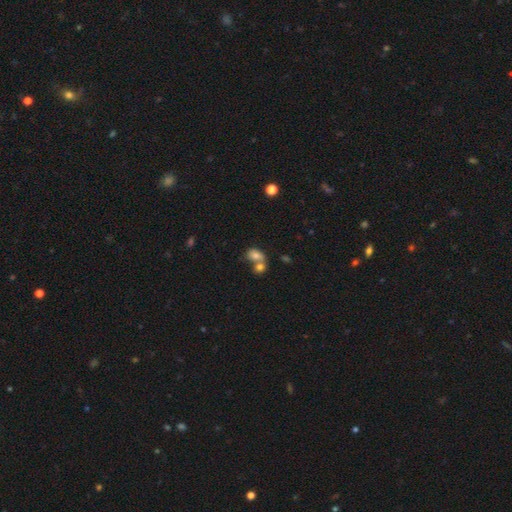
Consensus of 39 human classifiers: smooth_or_featured: smooth (p=0.85) [alt: featured or disk p=0.10]
how_rounded: in between (p=0.79) [alt: round p=0.21]
merging: merger (p=0.59) [alt: none p=0.27]